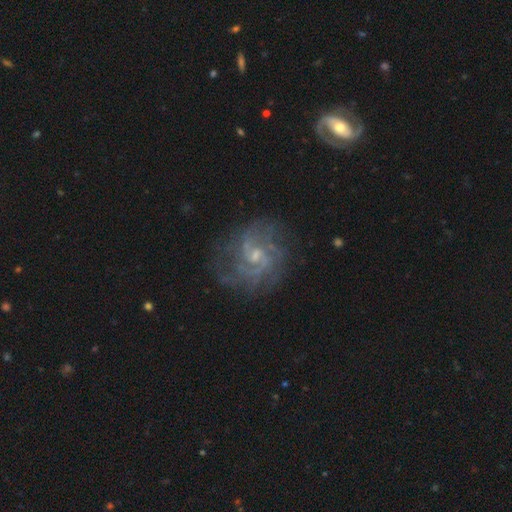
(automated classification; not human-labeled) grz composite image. It shows a featured or disk galaxy (87%) with a weak bar (52%), 2 (43%) medium (49%) spiral arms (95%) and a small central bulge (60%). Merging: none (72%).